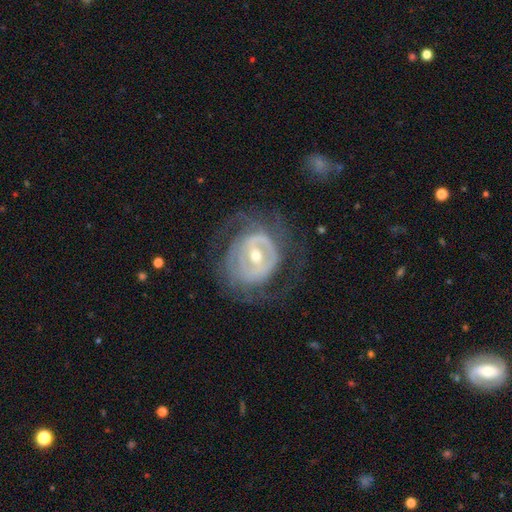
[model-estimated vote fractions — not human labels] smooth-or-featured: featured or disk: 82% | smooth: 12% | star or artifact: 6%
  disk-edge-on: no: 96% | yes: 4%
    bar: weak: 41% | strong: 34% | no: 24%
    has-spiral-arms: yes: 71% | no: 29%
      spiral-winding: tight: 57% | medium: 28% | loose: 14%
      spiral-arm-count: can't tell: 42% | 2: 32% | 3: 11% | 1: 7% | 4: 5% | more than 4: 4%
    bulge-size: moderate: 56% | small: 39% | large: 3% | none: 1% | dominant: 1%
  merging: none: 61% | major disturbance: 20% | minor disturbance: 17% | merger: 1%